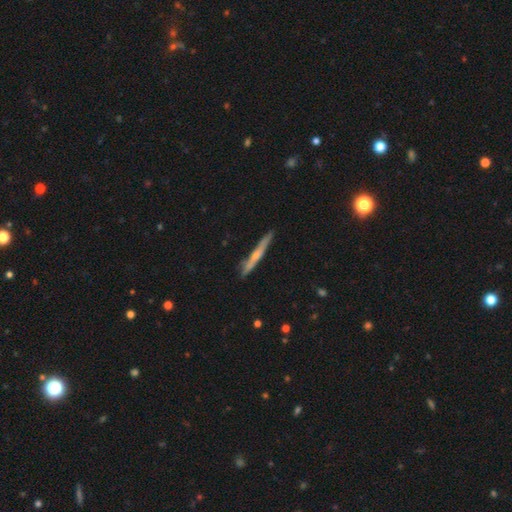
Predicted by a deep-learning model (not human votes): Smooth or featured? featured or disk (56%)
Edge-on disk? yes (96%)
Edge-on bulge? rounded (53%)
Merging? none (84%)